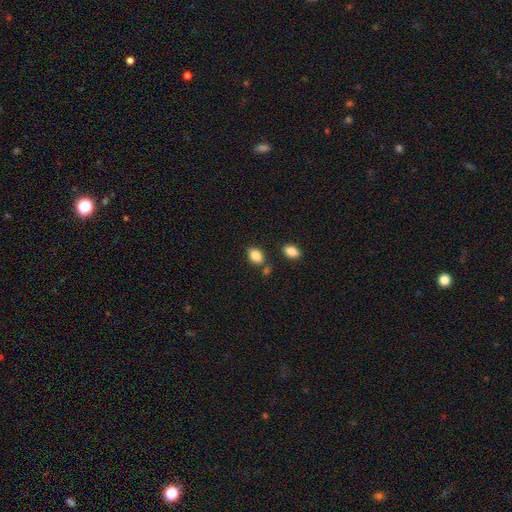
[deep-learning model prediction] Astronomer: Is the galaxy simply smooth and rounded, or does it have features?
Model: smooth — 86%.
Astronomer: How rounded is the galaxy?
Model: in between — 78%.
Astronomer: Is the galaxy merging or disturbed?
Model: none — 74%.